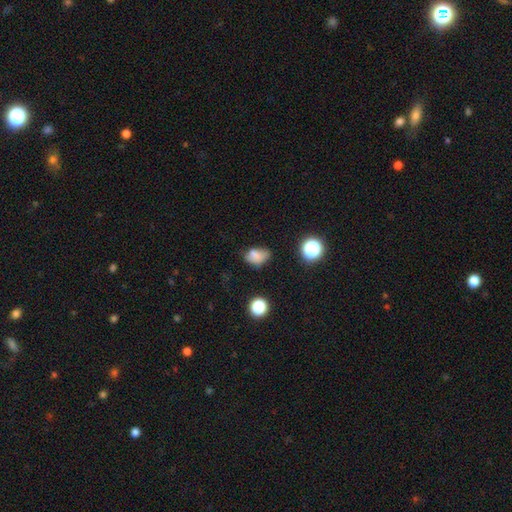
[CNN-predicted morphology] type=smooth (72%); roundness=in between (78%); merging=none (47%).